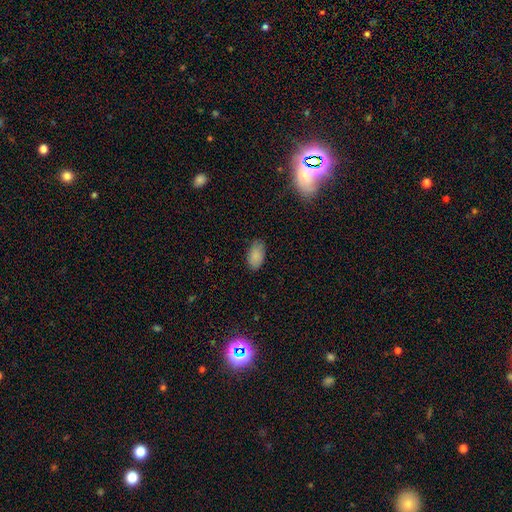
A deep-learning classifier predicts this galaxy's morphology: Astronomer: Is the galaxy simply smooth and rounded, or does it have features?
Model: smooth — 87%.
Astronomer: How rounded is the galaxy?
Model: in between — 94%.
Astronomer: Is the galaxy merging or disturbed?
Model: none — 80%.